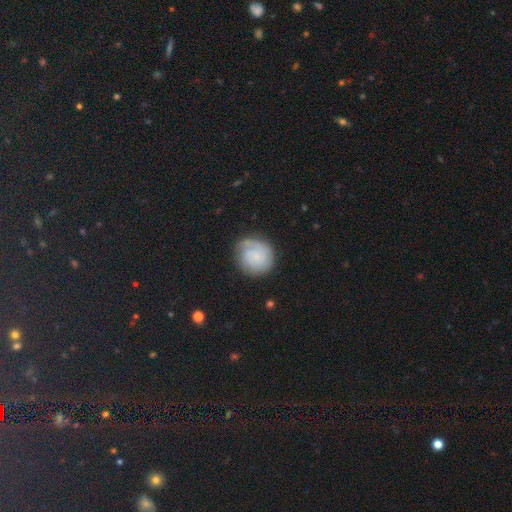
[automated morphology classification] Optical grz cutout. It shows a smooth galaxy with no disk features (53%) that is round (84%). Merging: none (71%).